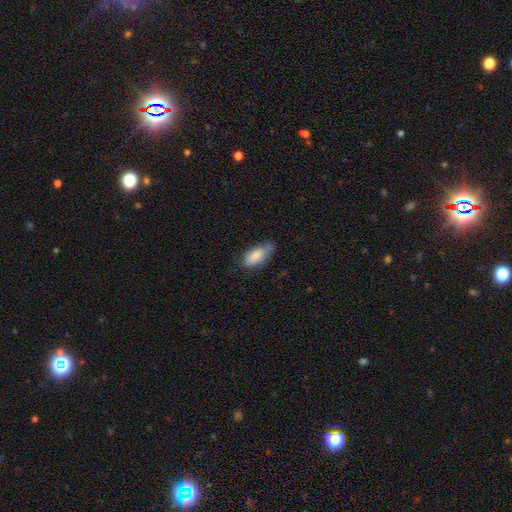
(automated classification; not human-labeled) smooth 84%, featured or disk 9%, star or artifact 6%. Down the decision tree: how rounded — in between (87%); merging — none (60%).